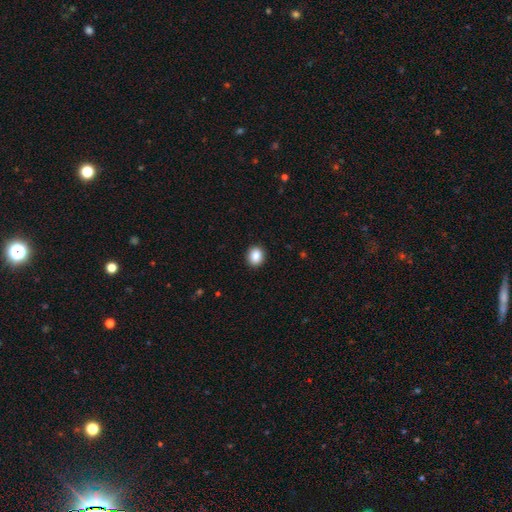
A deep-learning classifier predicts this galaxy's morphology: Smooth or featured? Predicted: smooth (p=0.86). How rounded? Predicted: round (p=0.67). Merging? Predicted: none (p=0.92).